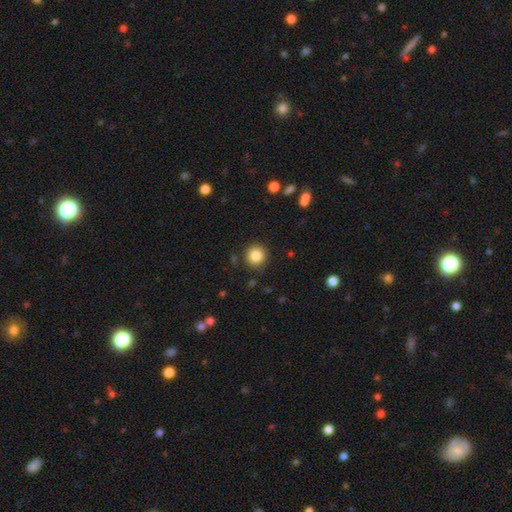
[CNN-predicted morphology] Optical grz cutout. It shows a smooth galaxy with no disk features (85%) that is round (93%). Merging: none (89%).